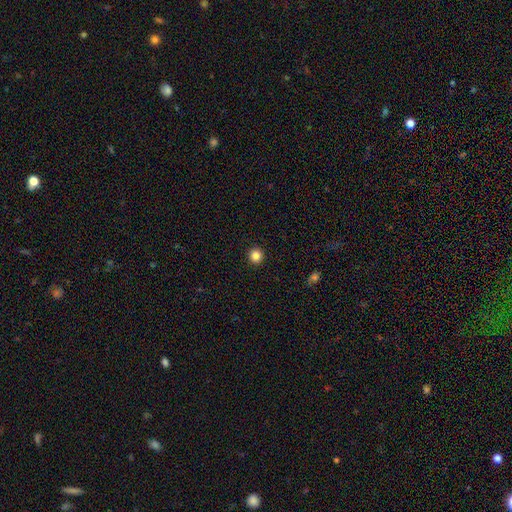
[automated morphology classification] smooth-or-featured: smooth: 84% | star or artifact: 12% | featured or disk: 4%
  how-rounded: round: 95% | in between: 4% | cigar-shaped: 1%
  merging: none: 94% | minor disturbance: 4% | major disturbance: 1% | merger: 1%